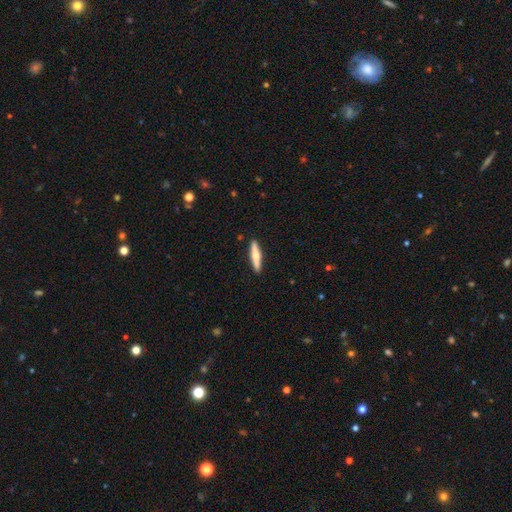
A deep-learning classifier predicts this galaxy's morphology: smooth 52%, featured or disk 42%, star or artifact 5%. Down the decision tree: how rounded — cigar-shaped (87%); merging — none (91%).